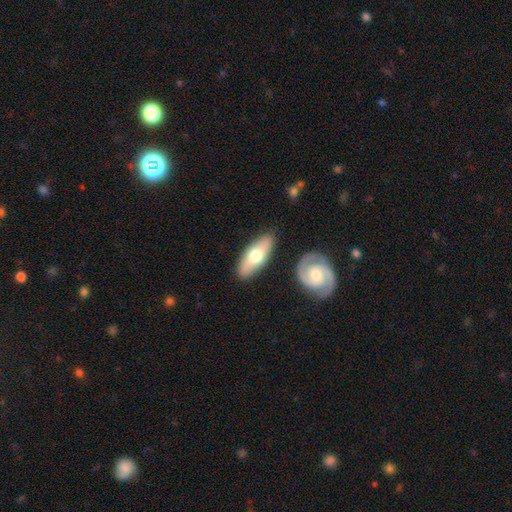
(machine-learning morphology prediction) smooth_or_featured: smooth (p=0.57) [alt: featured or disk p=0.39]
how_rounded: in between (p=0.70) [alt: cigar-shaped p=0.27]
merging: none (p=0.82) [alt: minor disturbance p=0.11]